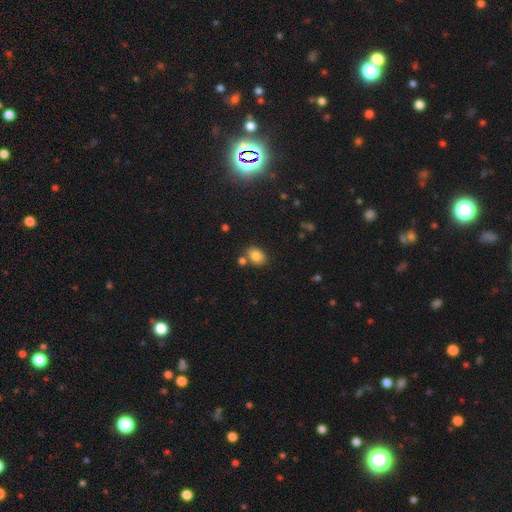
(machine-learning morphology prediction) smooth-or-featured: smooth: 83% | star or artifact: 10% | featured or disk: 7%
  how-rounded: in between: 73% | round: 25% | cigar-shaped: 1%
  merging: none: 71% | merger: 13% | minor disturbance: 13% | major disturbance: 3%